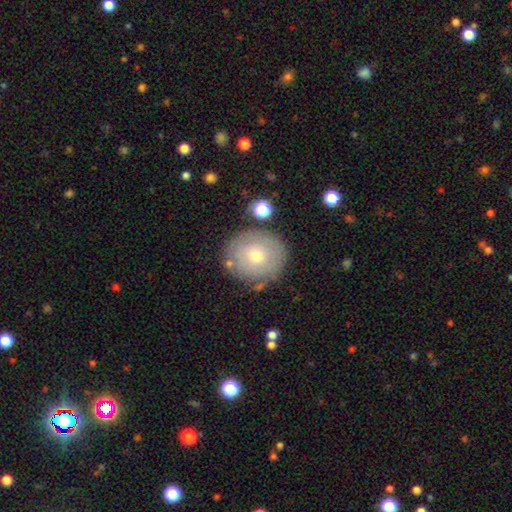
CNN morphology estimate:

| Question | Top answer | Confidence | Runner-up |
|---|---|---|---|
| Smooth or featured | smooth | 59% | featured or disk (33%) |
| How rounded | round | 84% | in between (15%) |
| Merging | none | 80% | minor disturbance (13%) |